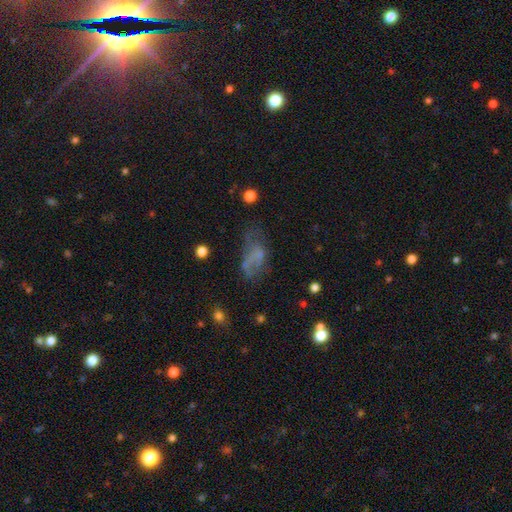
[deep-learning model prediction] smooth_or_featured: smooth (p=0.43) [alt: featured or disk p=0.37]
merging: none (p=0.35) [tied with: major disturbance p=0.35]